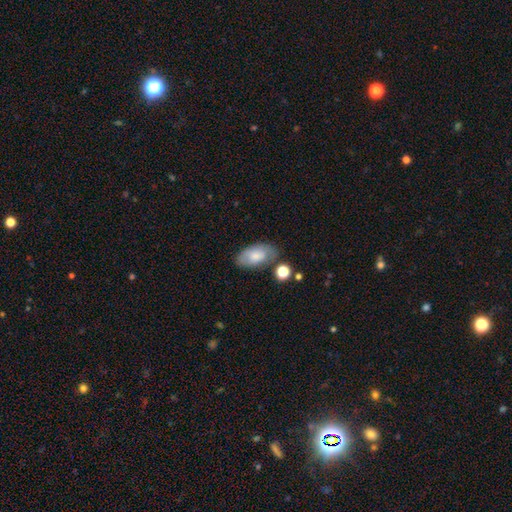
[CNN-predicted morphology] Overall: smooth (72%). How rounded: in between (93%). Merging: none (64%).